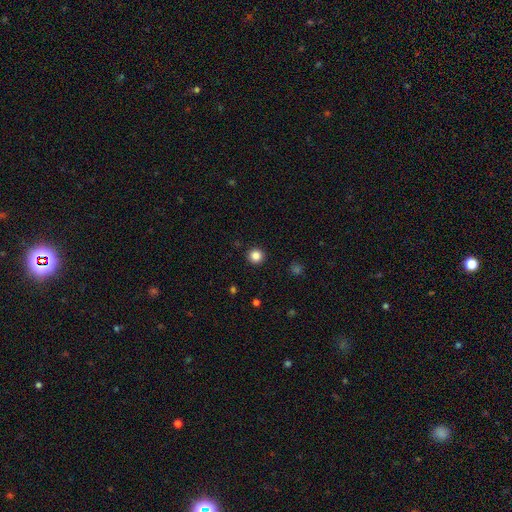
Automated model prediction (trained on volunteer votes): Overall: smooth (85%). How rounded: round (95%). Merging: none (93%).